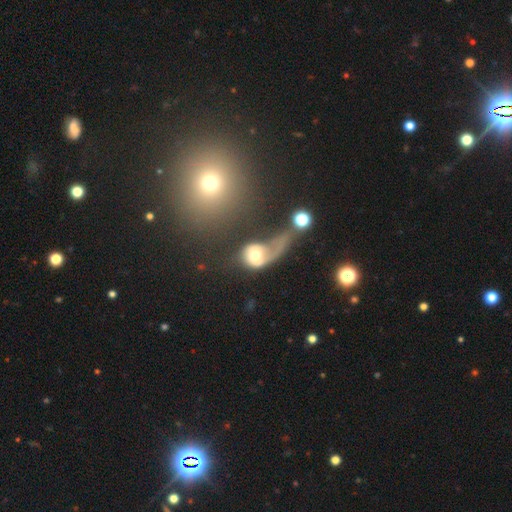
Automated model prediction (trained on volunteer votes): Q: Smooth or featured?
A: featured or disk (47%); runner-up: smooth (45%)
Q: Merging?
A: major disturbance (53%); runner-up: merger (23%)